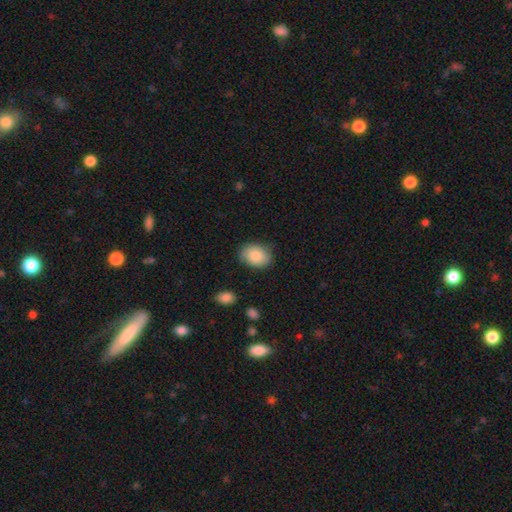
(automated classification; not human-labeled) Overall: smooth (84%). How rounded: in between (72%). Merging: none (77%).